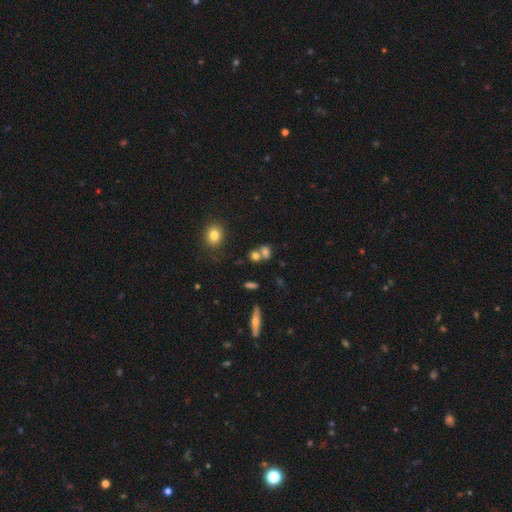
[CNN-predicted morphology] smooth-or-featured: smooth: 69% | featured or disk: 16% | star or artifact: 15%
  how-rounded: round: 57% | in between: 40% | cigar-shaped: 3%
  merging: merger: 46% | none: 41% | minor disturbance: 9% | major disturbance: 4%